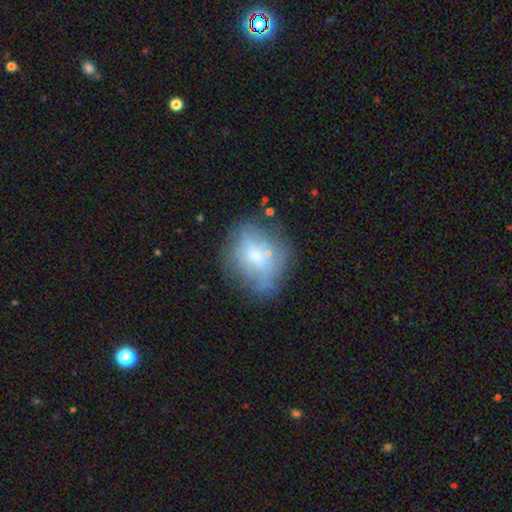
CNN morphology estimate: type=smooth (51%); roundness=round (52%); merging=none (55%).